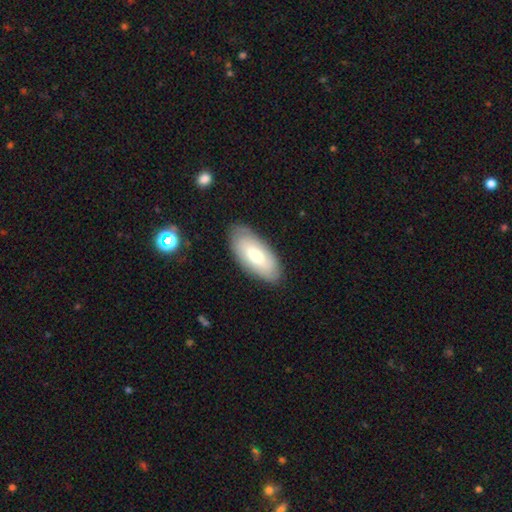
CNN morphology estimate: This is likely a smooth galaxy (67%). How rounded: clearly in between (89%). Merging: clearly none (84%).